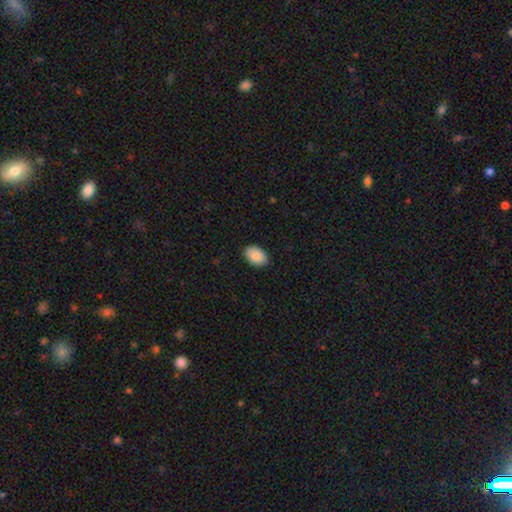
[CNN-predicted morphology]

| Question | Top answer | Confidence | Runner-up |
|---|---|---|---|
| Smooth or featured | smooth | 88% | star or artifact (6%) |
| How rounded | in between | 88% | round (11%) |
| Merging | none | 88% | minor disturbance (9%) |